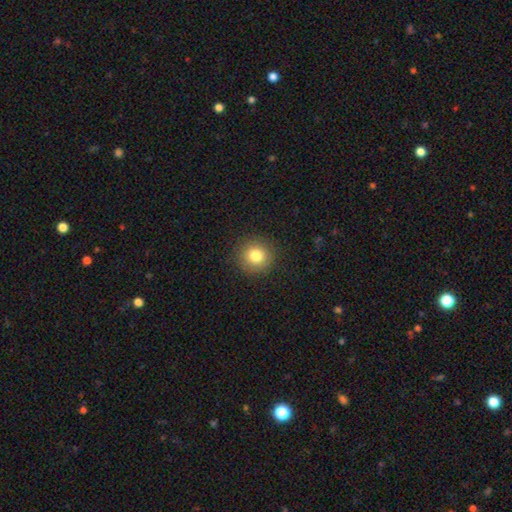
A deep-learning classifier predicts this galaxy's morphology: This is clearly a smooth galaxy (81%). How rounded: clearly round (93%). Merging: clearly none (90%).